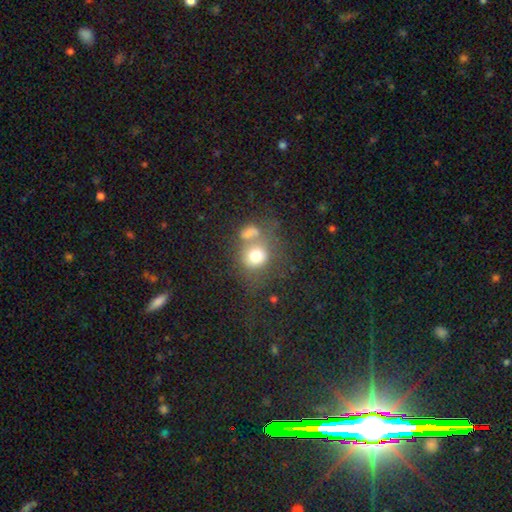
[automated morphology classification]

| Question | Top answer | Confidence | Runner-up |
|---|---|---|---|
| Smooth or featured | smooth | 72% | featured or disk (15%) |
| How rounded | round | 75% | in between (24%) |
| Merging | none | 40% | merger (34%) |